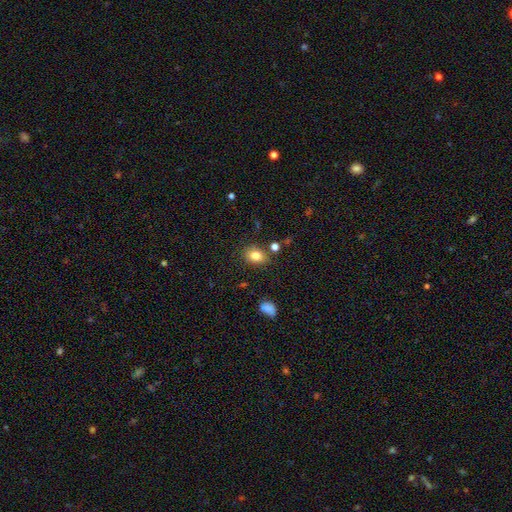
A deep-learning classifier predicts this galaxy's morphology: smooth-or-featured: smooth: 81% | star or artifact: 11% | featured or disk: 8%
  how-rounded: in between: 61% | round: 38% | cigar-shaped: 1%
  merging: none: 78% | minor disturbance: 13% | merger: 5% | major disturbance: 4%